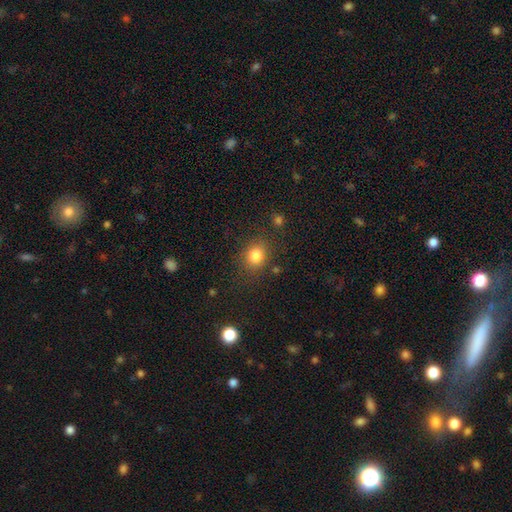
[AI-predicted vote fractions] smooth_or_featured: smooth (p=0.82) [alt: star or artifact p=0.12]
how_rounded: round (p=0.62) [alt: in between p=0.37]
merging: none (p=0.78) [alt: minor disturbance p=0.13]